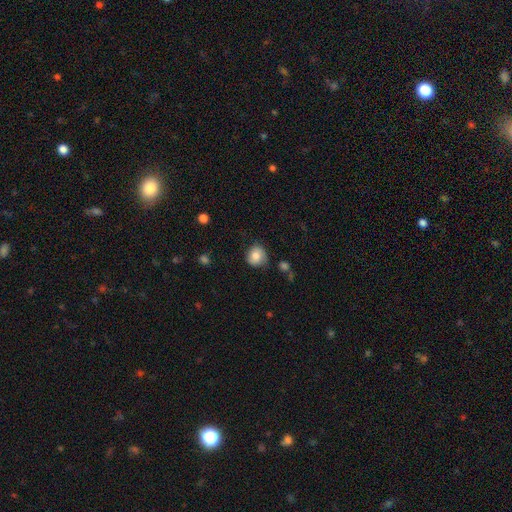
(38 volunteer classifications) smooth_or_featured: smooth (p=0.97) [alt: featured or disk p=0.03]
how_rounded: round (p=0.92) [alt: in between p=0.08]
merging: none (p=0.79) [alt: minor disturbance p=0.18]